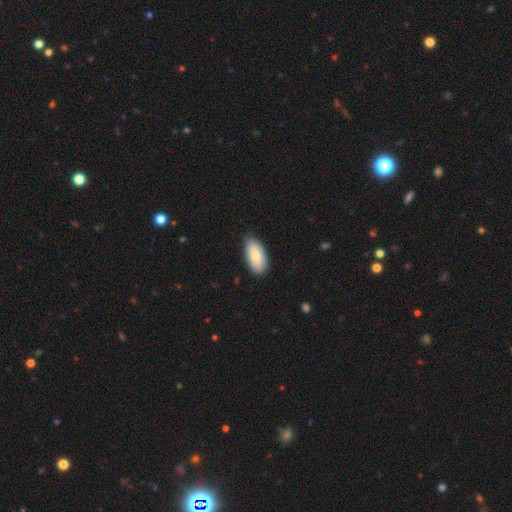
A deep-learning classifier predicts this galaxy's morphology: Q: Smooth or featured?
A: smooth (78%); runner-up: featured or disk (16%)
Q: How rounded?
A: in between (94%); runner-up: cigar-shaped (4%)
Q: Merging?
A: none (82%); runner-up: minor disturbance (15%)